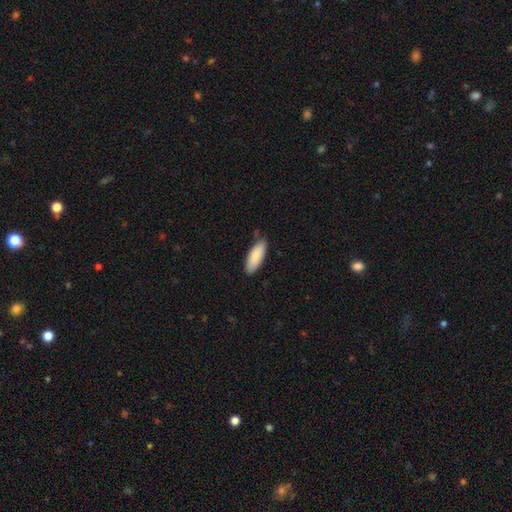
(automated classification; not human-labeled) Morphology: type=smooth (85%); roundness=in between (71%); merging=none (82%).